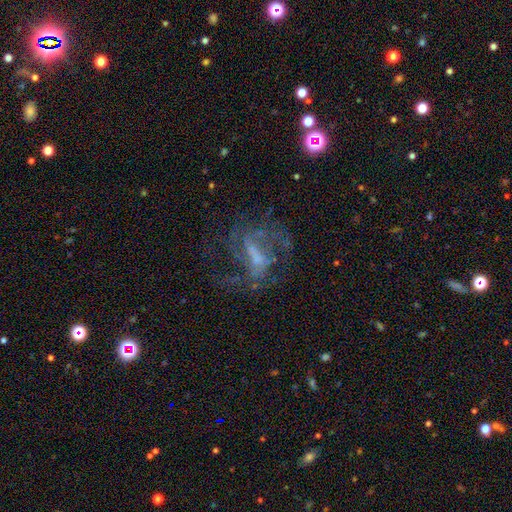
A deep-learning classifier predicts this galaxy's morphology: A featured or disk galaxy (73%) with a weak bar (41%), 2 (42%) medium (44%) spiral arms (78%) and no central bulge (36%). Merging: none (54%).